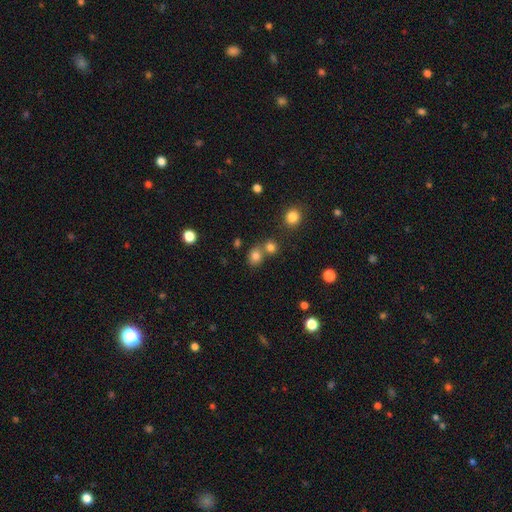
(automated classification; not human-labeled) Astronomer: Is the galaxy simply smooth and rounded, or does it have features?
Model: smooth — 78%.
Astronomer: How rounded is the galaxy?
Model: round — 67%.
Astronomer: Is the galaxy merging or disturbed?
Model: none — 58%.